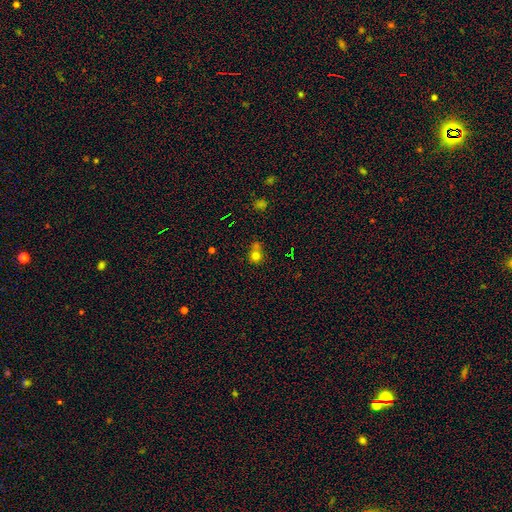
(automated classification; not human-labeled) Overall: smooth (74%). How rounded: round (82%). Merging: none (45%; merger 33%).